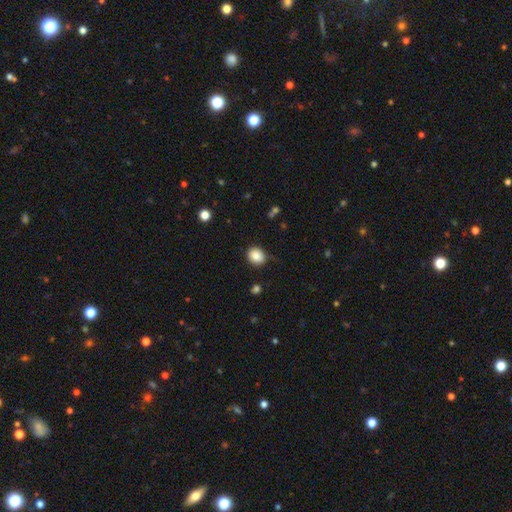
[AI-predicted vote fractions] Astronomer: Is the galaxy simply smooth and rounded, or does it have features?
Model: smooth — 85%.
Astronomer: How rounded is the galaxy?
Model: round — 65%.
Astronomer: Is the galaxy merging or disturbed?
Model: none — 82%.